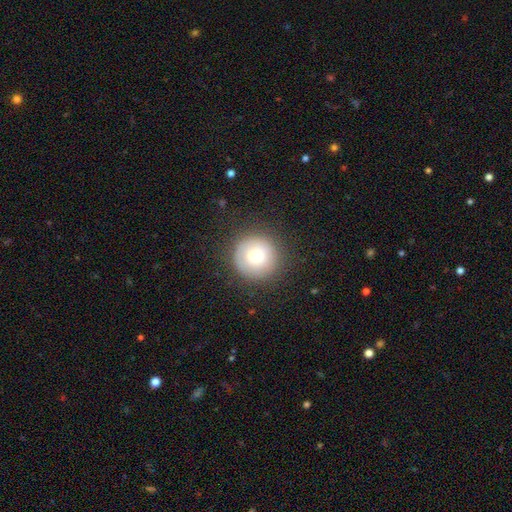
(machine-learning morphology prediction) A smooth galaxy with no disk features (72%) that is round (96%). Merging: none (87%).